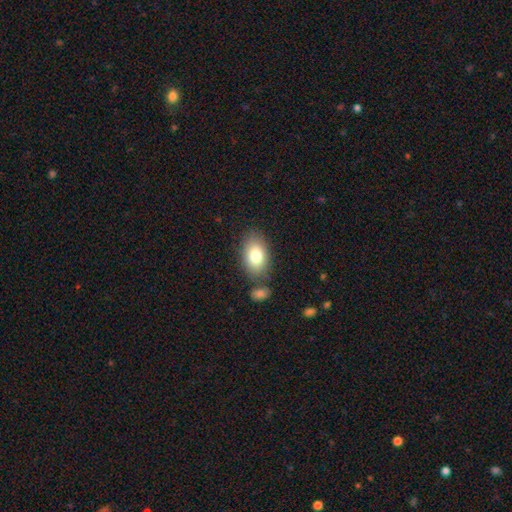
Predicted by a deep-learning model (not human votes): Smooth or featured: smooth — 79% (featured or disk — 13%)
How rounded: in between — 88% (round — 11%)
Merging: none — 74% (minor disturbance — 12%)